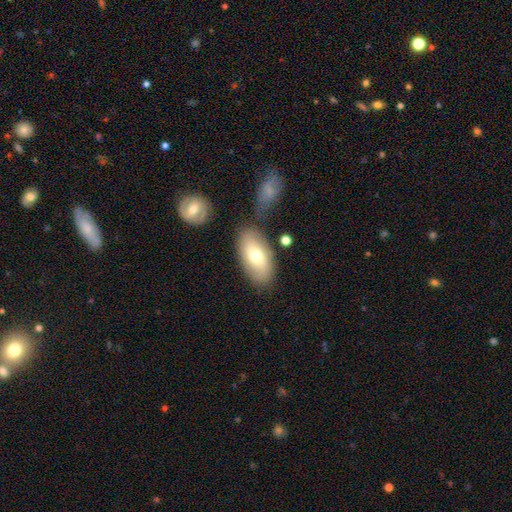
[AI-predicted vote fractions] Overall: smooth (67%). How rounded: in between (92%). Merging: none (75%).